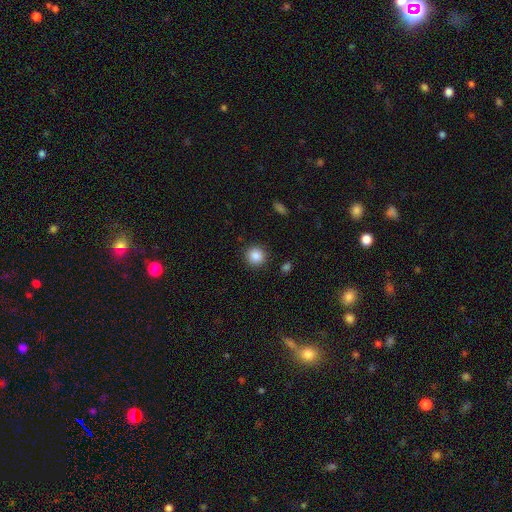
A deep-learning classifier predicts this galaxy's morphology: smooth_or_featured: smooth (p=0.87) [alt: star or artifact p=0.10]
how_rounded: round (p=0.93) [alt: in between p=0.06]
merging: none (p=0.90) [alt: minor disturbance p=0.06]